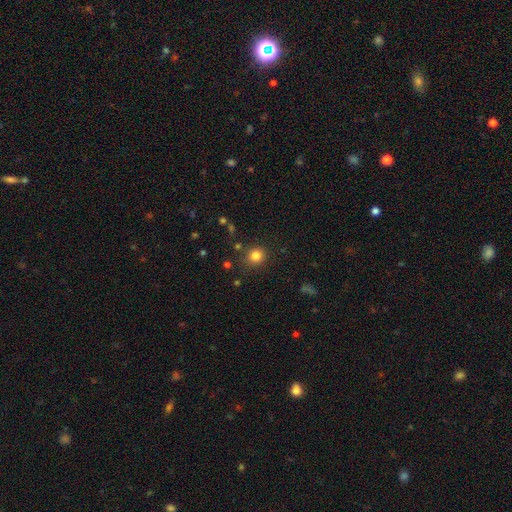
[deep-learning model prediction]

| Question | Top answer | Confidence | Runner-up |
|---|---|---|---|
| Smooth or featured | smooth | 82% | star or artifact (13%) |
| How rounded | round | 89% | in between (10%) |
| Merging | none | 87% | minor disturbance (8%) |